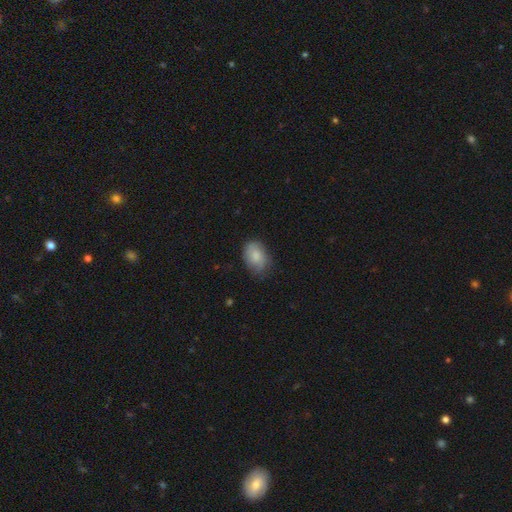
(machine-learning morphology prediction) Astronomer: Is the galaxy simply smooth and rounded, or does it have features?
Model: smooth — 78%.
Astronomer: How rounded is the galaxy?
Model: in between — 82%.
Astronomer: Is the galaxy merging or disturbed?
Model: none — 67%.